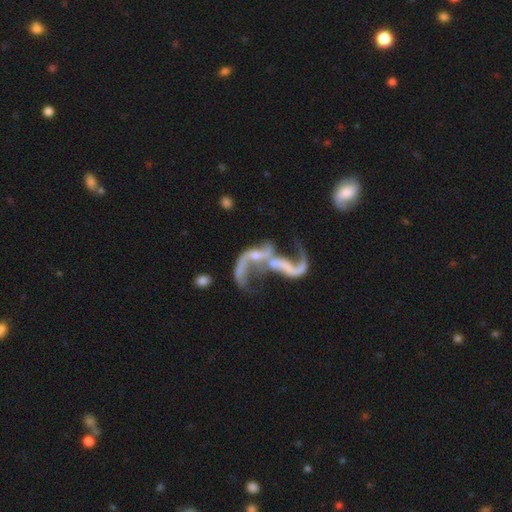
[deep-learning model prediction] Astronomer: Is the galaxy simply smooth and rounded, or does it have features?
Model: featured or disk — 82%.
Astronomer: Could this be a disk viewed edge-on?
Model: no — 94%.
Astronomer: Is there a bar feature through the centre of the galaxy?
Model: no — 44% (runner-up: weak, 31%).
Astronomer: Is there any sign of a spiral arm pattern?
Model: yes — 83%.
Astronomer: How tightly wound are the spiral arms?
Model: loose — 90%.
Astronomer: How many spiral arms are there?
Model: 2 — 83%.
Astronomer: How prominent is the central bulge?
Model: small — 45% (runner-up: none, 38%).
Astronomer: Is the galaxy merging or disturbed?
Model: none — 31% (runner-up: merger, 30%).